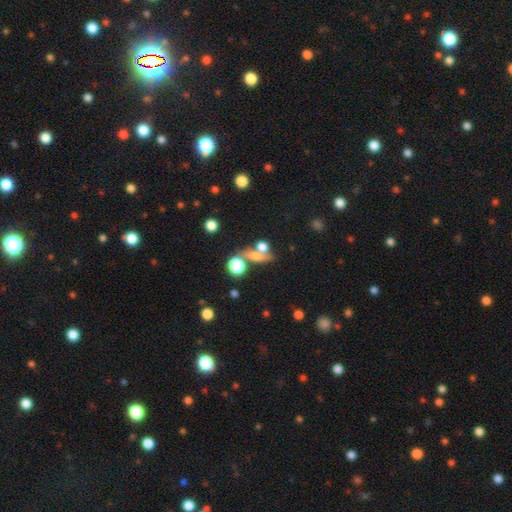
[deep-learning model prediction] Smooth or featured? Predicted: smooth (p=0.59). How rounded? Predicted: in between (p=0.42). Merging? Predicted: none (p=0.41).